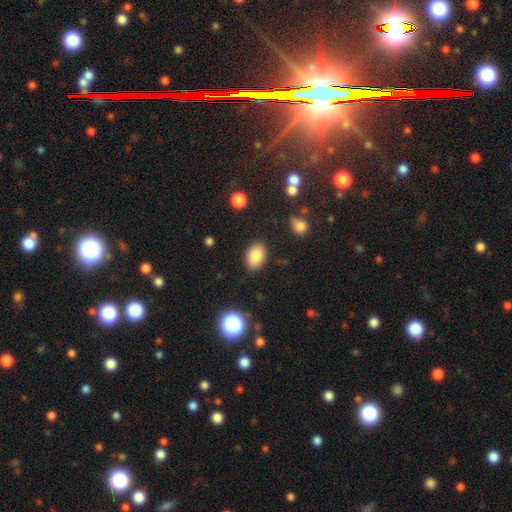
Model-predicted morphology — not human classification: Overall: smooth (84%). How rounded: in between (89%). Merging: none (86%).